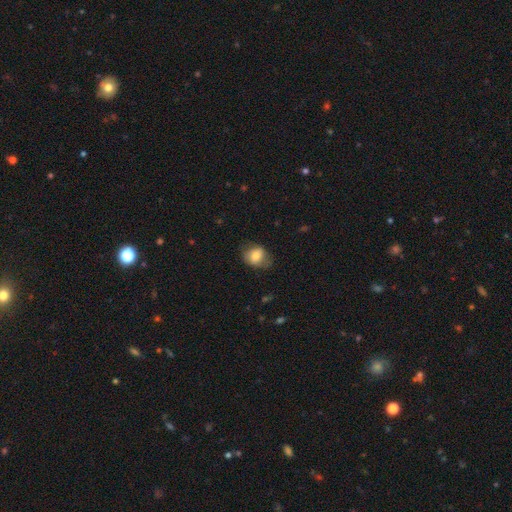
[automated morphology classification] Smooth or featured: smooth — 75% (featured or disk — 17%)
How rounded: round — 50% (in between — 49%)
Merging: none — 67% (minor disturbance — 23%)